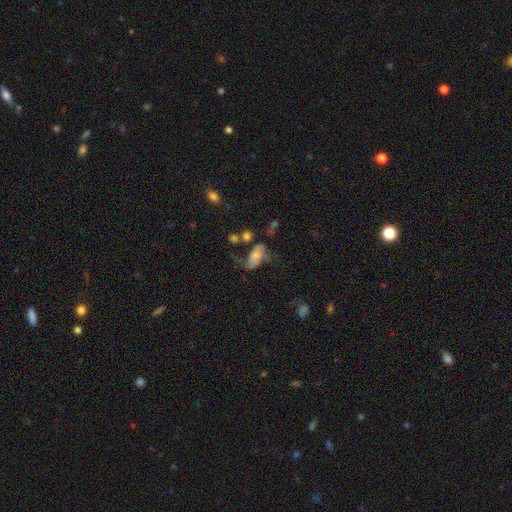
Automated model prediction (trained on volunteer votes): smooth 47%, featured or disk 41%, star or artifact 12%. Down the decision tree: merging — major disturbance (35%).